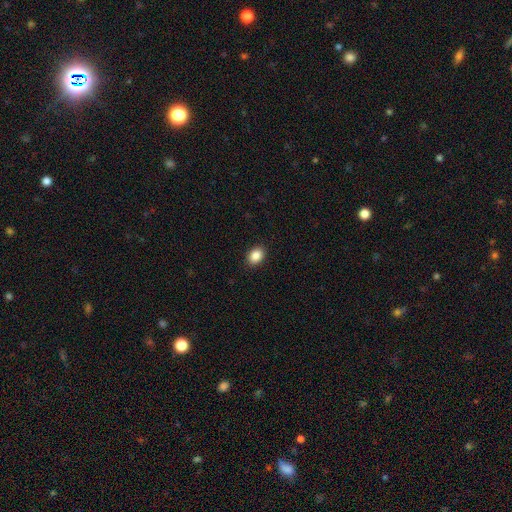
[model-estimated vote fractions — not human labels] A smooth galaxy with no disk features (87%) that is in between round and cigar-shaped (68%).

Vote fractions:
- Smooth or featured? smooth: 87% / star or artifact: 9% / featured or disk: 4%
- How rounded? in between: 68% / round: 31% / cigar-shaped: 1%
- Merging? none: 90% / minor disturbance: 7% / major disturbance: 2% / merger: 1%